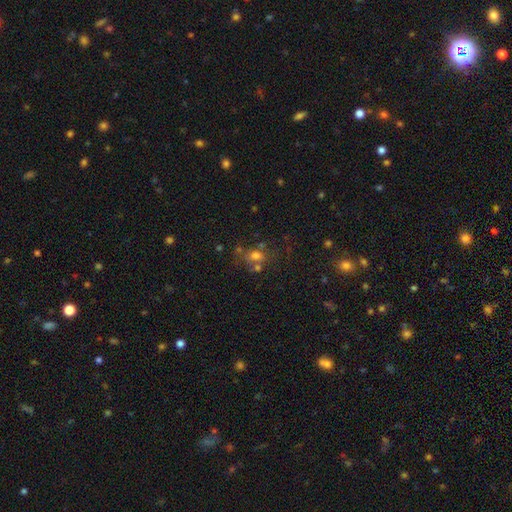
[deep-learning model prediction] Q: Smooth or featured?
A: smooth (62%); runner-up: featured or disk (20%)
Q: How rounded?
A: round (51%); runner-up: in between (48%)
Q: Merging?
A: none (47%); runner-up: merger (27%)